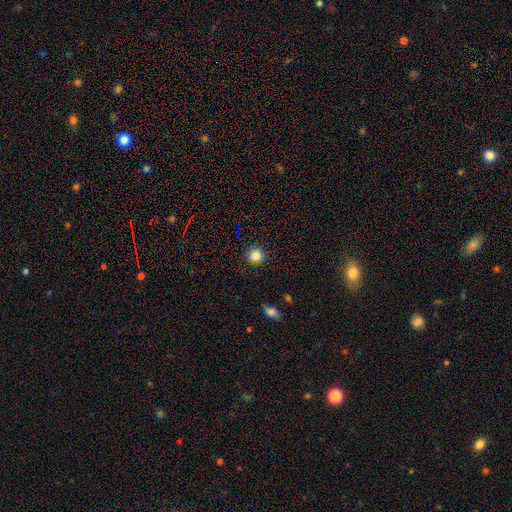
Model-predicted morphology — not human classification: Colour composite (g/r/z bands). It shows a smooth galaxy with no disk features (84%) that is round (93%). Merging: none (90%).